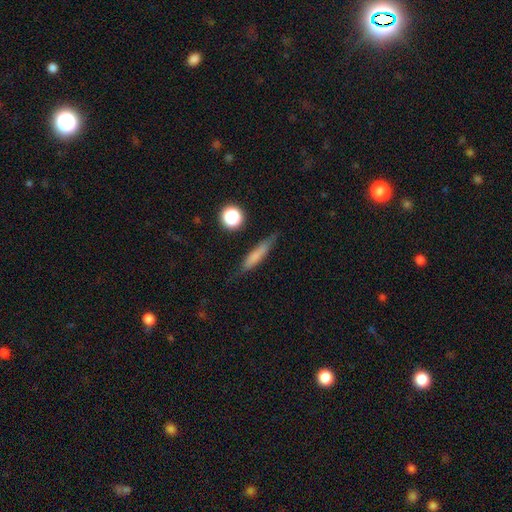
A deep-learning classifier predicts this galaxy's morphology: A smooth galaxy with no disk features (70%) that is cigar-shaped (85%). Merging: none (78%).